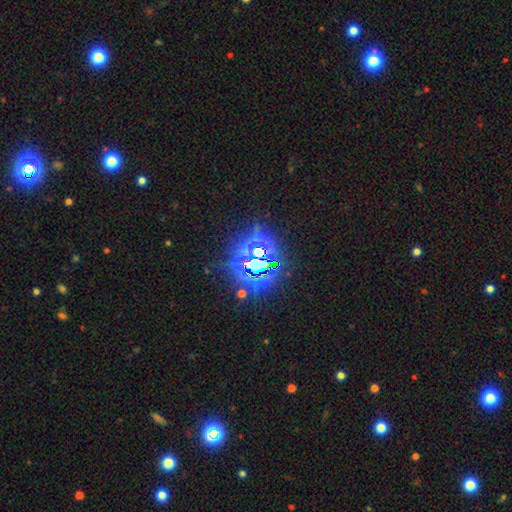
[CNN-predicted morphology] Overall: star or artifact (82%).